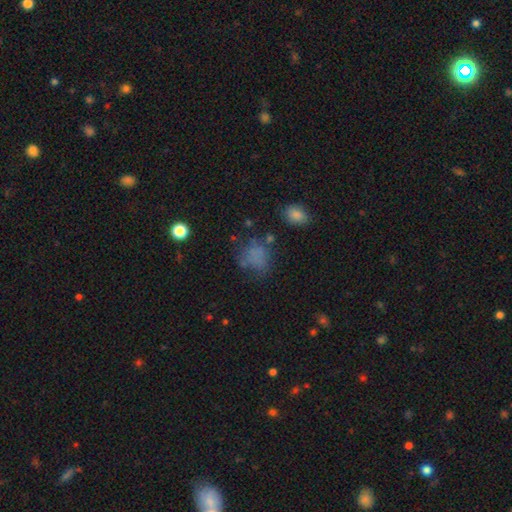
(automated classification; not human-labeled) Smooth or featured? Predicted: smooth (p=0.67). How rounded? Predicted: round (p=0.59). Merging? Predicted: none (p=0.52).